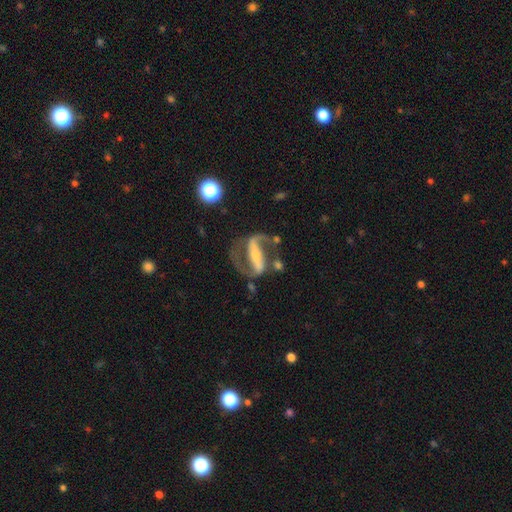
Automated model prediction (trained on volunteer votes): Morphology: type=featured or disk (89%); edge-on=no (94%); bar=strong (73%); spiral arms=yes (95%); winding=medium (50%); arm count=2 (91%); bulge=small (55%); merging=none (65%).